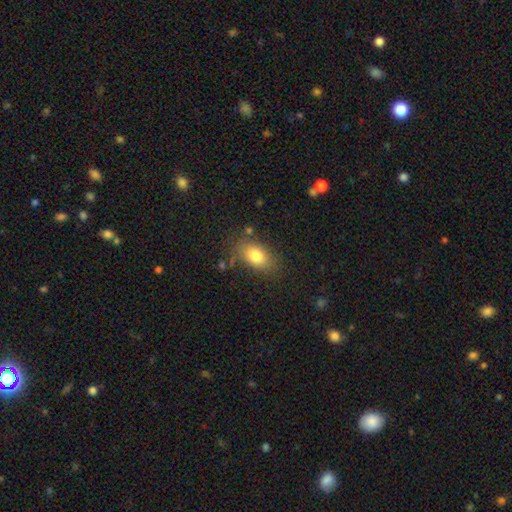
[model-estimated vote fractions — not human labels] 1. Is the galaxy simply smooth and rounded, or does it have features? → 79% smooth, 12% featured or disk, 9% star or artifact.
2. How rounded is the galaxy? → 87% in between, 11% round, 2% cigar-shaped.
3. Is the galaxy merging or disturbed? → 75% none, 16% minor disturbance, 6% major disturbance, 3% merger.